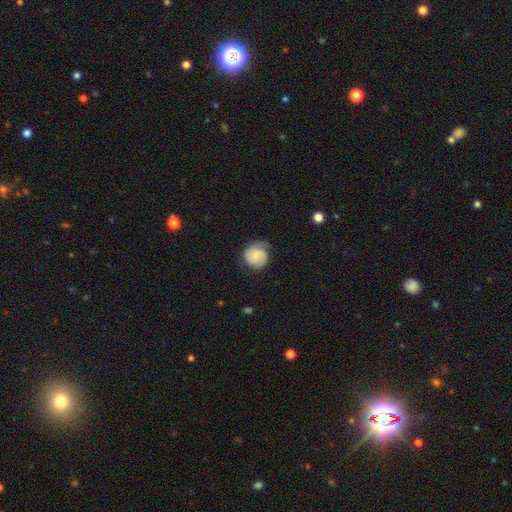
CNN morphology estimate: Smooth or featured?
  - featured or disk: 58% *
  - smooth: 35%
  - star or artifact: 7%
Edge-on disk?
  - no: 98% *
  - yes: 2%
Bar?
  - no: 64% *
  - weak: 31%
  - strong: 5%
Spiral arms?
  - yes: 93% *
  - no: 7%
Spiral winding?
  - tight: 55% *
  - medium: 34%
  - loose: 12%
Spiral arm count?
  - 2: 50% *
  - 1: 26%
  - can't tell: 15%
  - 3: 7%
  - 4: 2%
  - more than 4: 2%
Bulge size?
  - small: 51% *
  - none: 23%
  - moderate: 21%
  - large: 3%
  - dominant: 1%
Merging?
  - none: 60% *
  - minor disturbance: 26%
  - major disturbance: 13%
  - merger: 1%